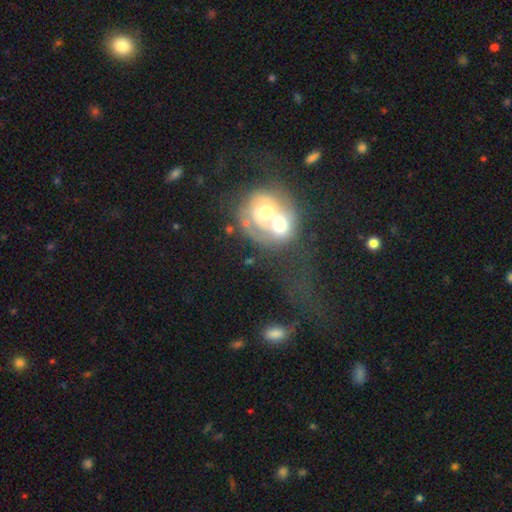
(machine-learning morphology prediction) Smooth or featured: featured or disk — 44% (smooth — 37%)
Merging: merger — 66% (none — 13%)